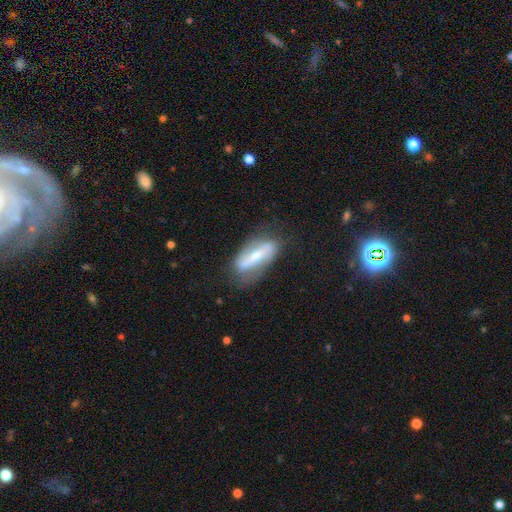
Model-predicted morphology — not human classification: Smooth or featured?
  - featured or disk: 70% *
  - smooth: 24%
  - star or artifact: 6%
Edge-on disk?
  - no: 80% *
  - yes: 20%
Bar?
  - strong: 62% *
  - weak: 21%
  - no: 18%
Spiral arms?
  - yes: 66% *
  - no: 34%
Bulge size?
  - moderate: 52% *
  - small: 43%
  - large: 3%
  - none: 1%
  - dominant: 1%
Merging?
  - none: 71% *
  - minor disturbance: 19%
  - major disturbance: 8%
  - merger: 2%